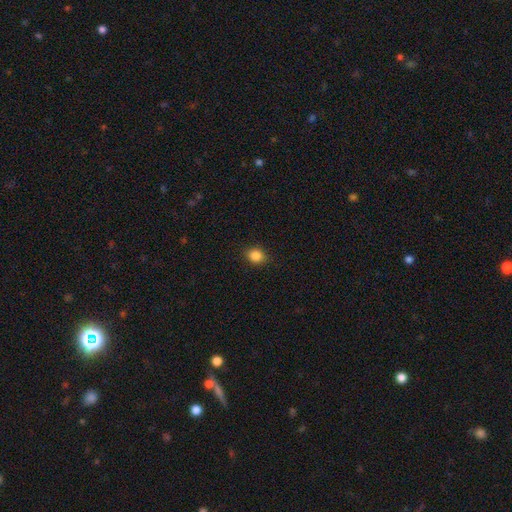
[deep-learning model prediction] Overall: smooth (86%). How rounded: round (66%; in between 33%). Merging: none (89%).